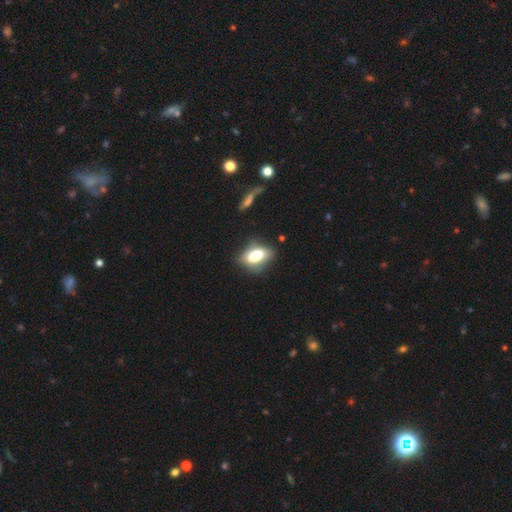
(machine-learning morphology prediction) Smooth or featured?
  - smooth: 76% *
  - featured or disk: 15%
  - star or artifact: 9%
How rounded?
  - in between: 86% *
  - round: 9%
  - cigar-shaped: 5%
Merging?
  - none: 67% *
  - minor disturbance: 22%
  - major disturbance: 8%
  - merger: 4%